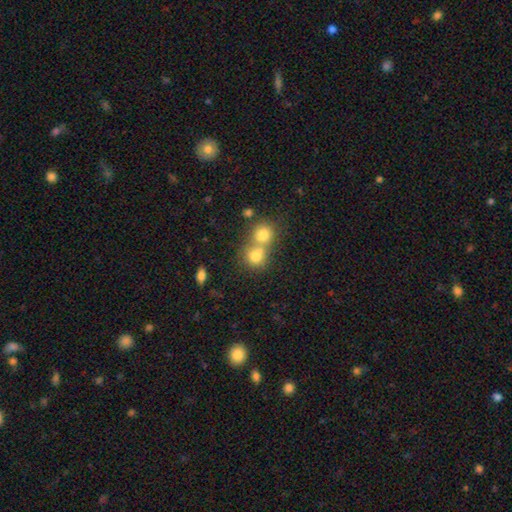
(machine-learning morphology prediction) Smooth or featured? smooth (76%)
How rounded? round (81%)
Merging? merger (56%)